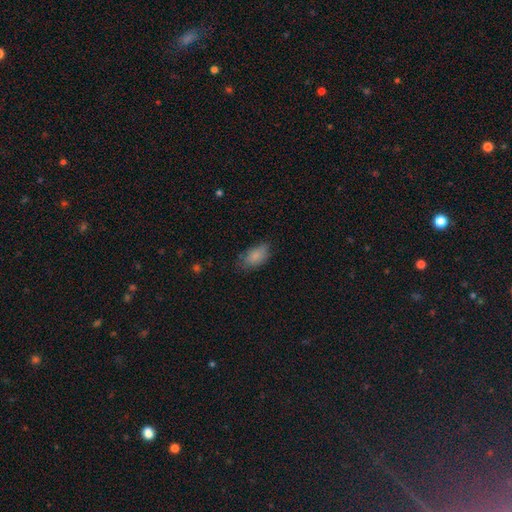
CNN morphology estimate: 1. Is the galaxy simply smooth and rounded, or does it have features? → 84% smooth, 8% featured or disk, 8% star or artifact.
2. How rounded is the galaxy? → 92% in between, 5% round, 3% cigar-shaped.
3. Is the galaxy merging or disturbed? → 68% none, 24% minor disturbance, 6% major disturbance, 1% merger.